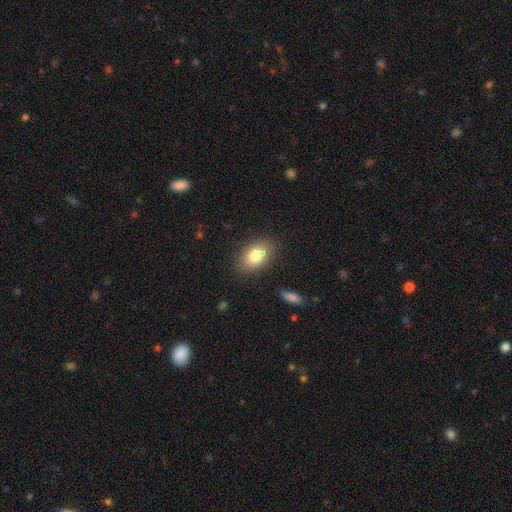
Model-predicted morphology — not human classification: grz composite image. It shows a smooth galaxy with no disk features (80%) that is in between round and cigar-shaped (87%). Merging: none (82%).